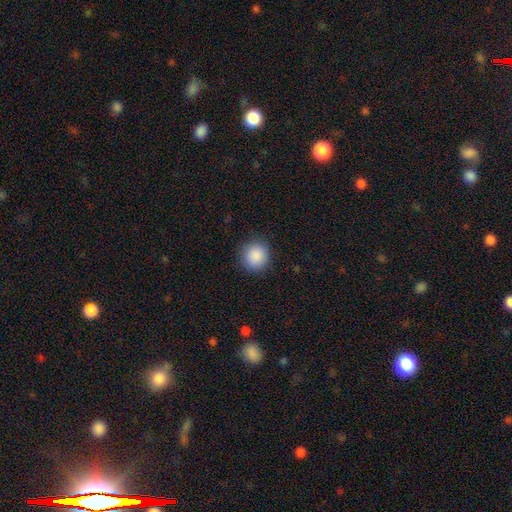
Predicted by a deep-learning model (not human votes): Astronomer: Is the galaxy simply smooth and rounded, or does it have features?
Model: smooth — 89%.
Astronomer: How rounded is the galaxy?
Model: round — 91%.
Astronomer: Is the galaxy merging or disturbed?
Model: none — 89%.